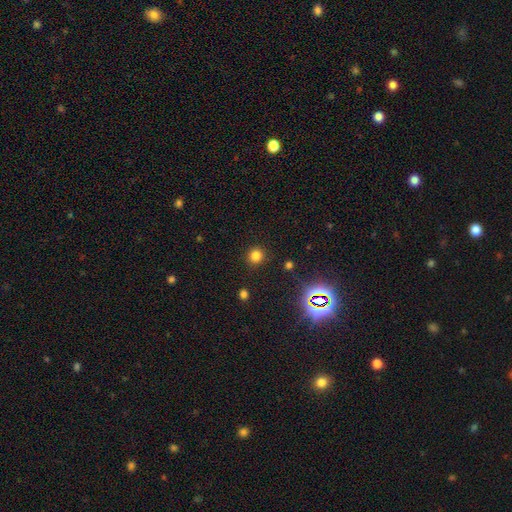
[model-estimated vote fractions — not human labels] This appears to be a smooth galaxy with no disk features (77%) that is round (92%). Merging: none (90%).